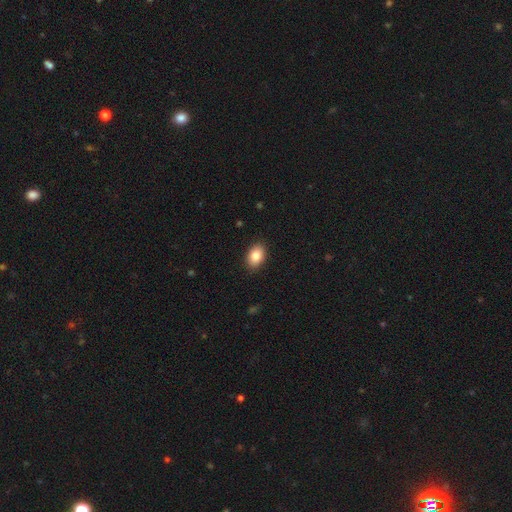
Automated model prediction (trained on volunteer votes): smooth-or-featured: smooth: 86% | star or artifact: 8% | featured or disk: 7%
  how-rounded: in between: 84% | round: 15% | cigar-shaped: 1%
  merging: none: 89% | minor disturbance: 8% | major disturbance: 2% | merger: 1%